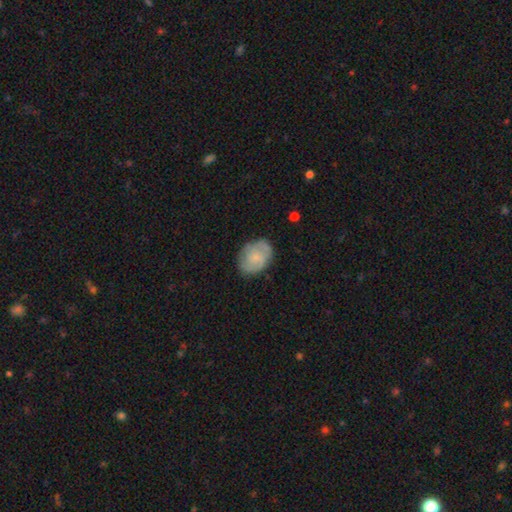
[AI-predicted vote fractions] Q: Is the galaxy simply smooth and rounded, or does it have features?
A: smooth — 53%.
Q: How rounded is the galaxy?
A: in between — 68%.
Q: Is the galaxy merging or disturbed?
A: none — 77%.